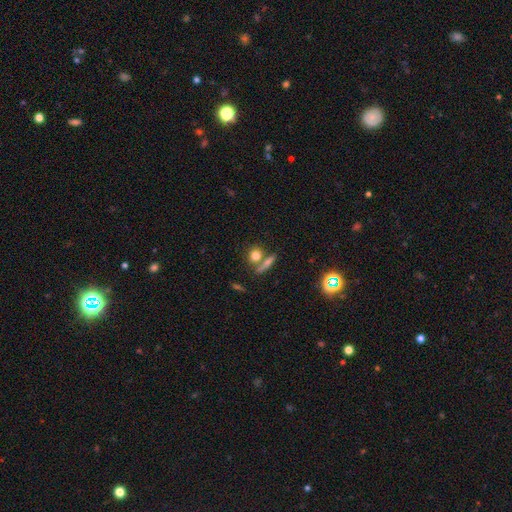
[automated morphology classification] type=smooth (75%); roundness=round (69%); merging=none (59%).